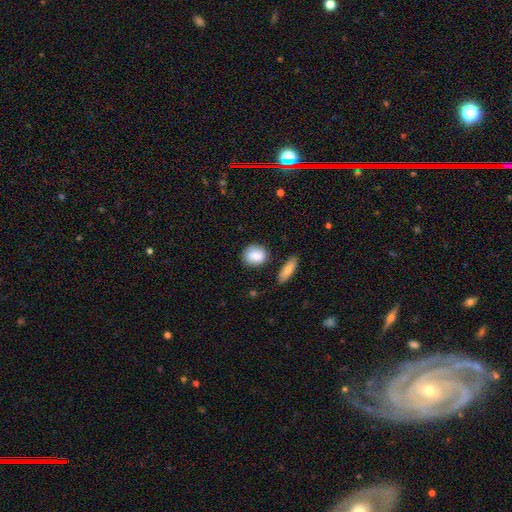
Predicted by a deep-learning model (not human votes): smooth_or_featured: smooth (p=0.84) [alt: featured or disk p=0.10]
how_rounded: round (p=0.66) [alt: in between p=0.31]
merging: none (p=0.77) [alt: minor disturbance p=0.15]